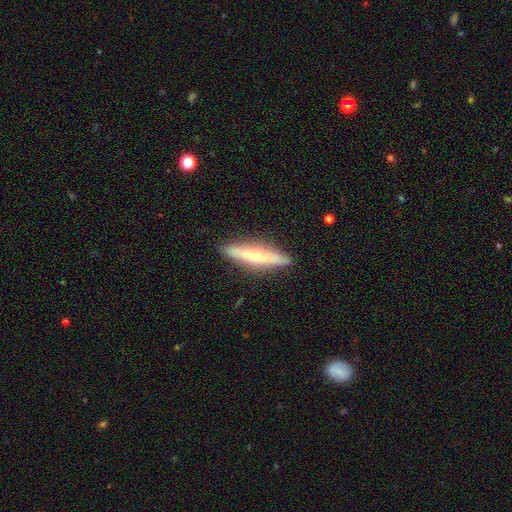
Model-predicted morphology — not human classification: Q: Smooth or featured?
A: featured or disk (51%); runner-up: smooth (43%)
Q: Edge-on disk?
A: yes (89%); runner-up: no (11%)
Q: Merging?
A: none (88%); runner-up: minor disturbance (9%)